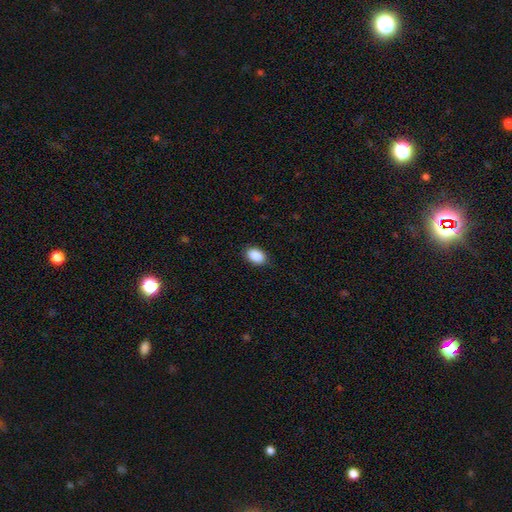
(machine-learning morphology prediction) type=smooth (90%); roundness=in between (89%); merging=none (87%).